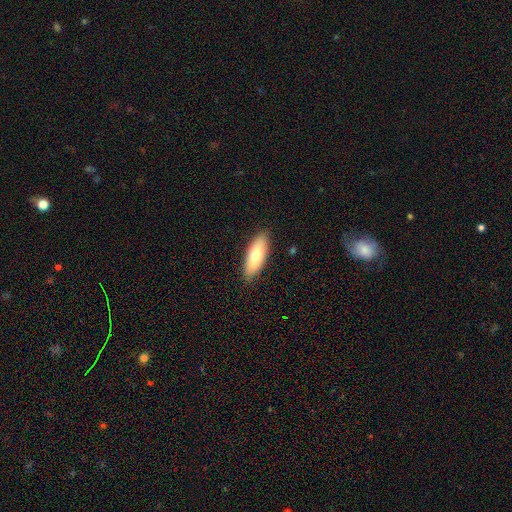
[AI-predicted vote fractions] smooth_or_featured: smooth (p=0.72) [alt: featured or disk p=0.22]
how_rounded: in between (p=0.72) [alt: cigar-shaped p=0.26]
merging: none (p=0.88) [alt: minor disturbance p=0.09]